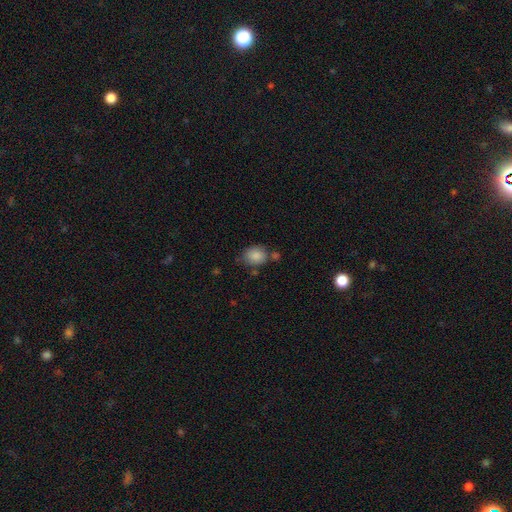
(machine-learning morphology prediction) The model was most divided on "how rounded": round: 58%, in between: 41%, cigar-shaped: 1%. More confident: smooth or featured — smooth (86%); merging — none (66%).